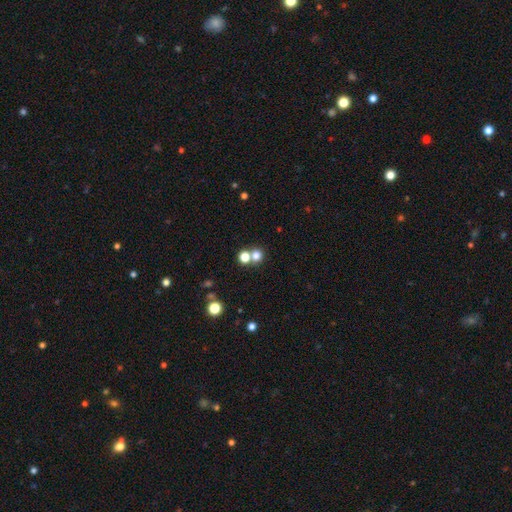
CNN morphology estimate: A smooth galaxy with no disk features (74%) that is round (87%). Merging: none (55%).